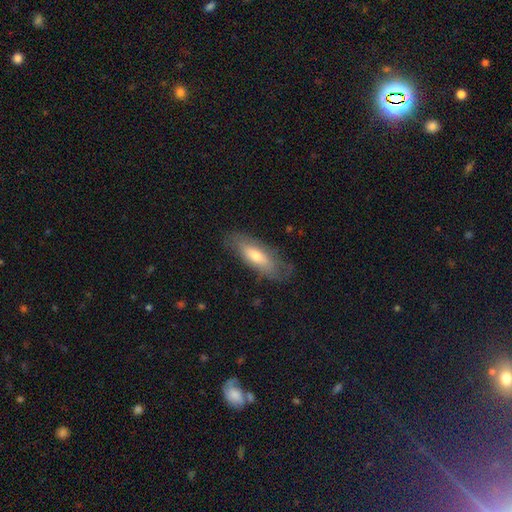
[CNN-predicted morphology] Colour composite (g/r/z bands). It shows a smooth galaxy with no disk features (52%) that is in between round and cigar-shaped (54%). Merging: none (76%).